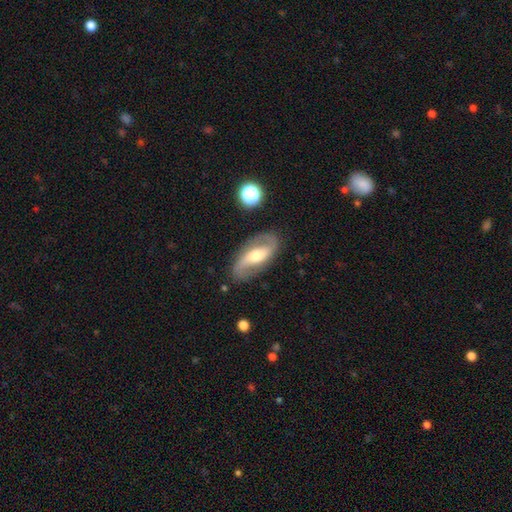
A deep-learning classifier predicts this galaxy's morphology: This appears to be a featured or disk galaxy (78%) with a weak bar (36%), 2 (90%) loose (51%) spiral arms (90%) and a moderate central bulge (64%). Merging: none (81%).